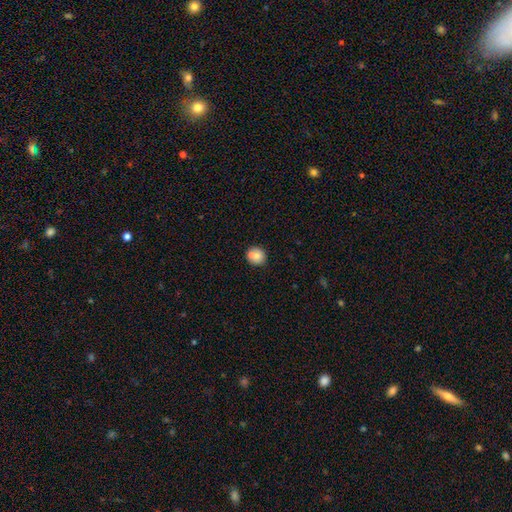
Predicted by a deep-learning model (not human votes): Morphology: type=smooth (74%); roundness=round (83%); merging=none (61%).